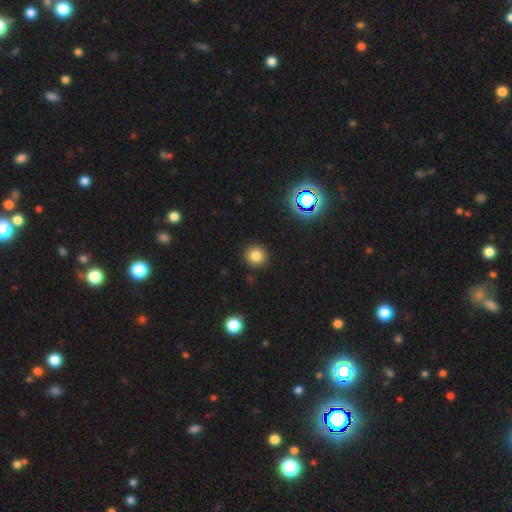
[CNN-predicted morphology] A smooth galaxy with no disk features (80%) that is round (94%). Merging: none (91%).